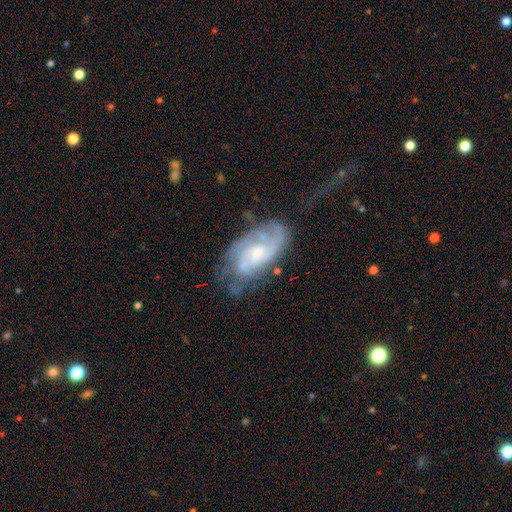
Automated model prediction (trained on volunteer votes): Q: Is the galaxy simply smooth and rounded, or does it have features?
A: featured or disk — 79%.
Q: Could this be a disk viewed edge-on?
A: no — 95%.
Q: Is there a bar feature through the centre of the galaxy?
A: no — 61%.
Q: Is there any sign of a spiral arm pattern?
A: yes — 93%.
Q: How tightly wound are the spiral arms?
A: tight — 49%.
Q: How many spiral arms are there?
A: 2 — 35%.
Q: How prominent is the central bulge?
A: small — 45%.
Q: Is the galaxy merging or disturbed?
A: none — 60%.